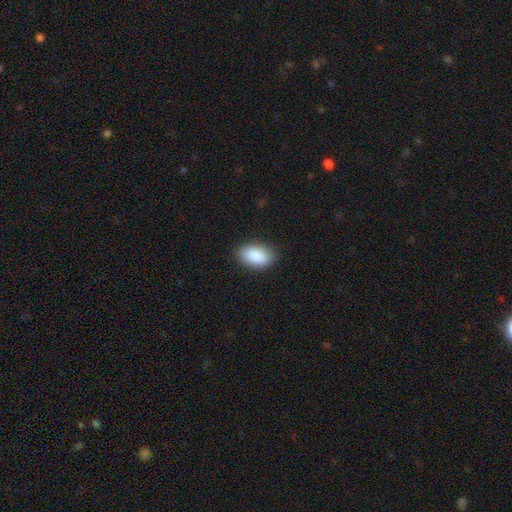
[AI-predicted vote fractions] Overall: smooth (89%). How rounded: in between (92%). Merging: none (87%).